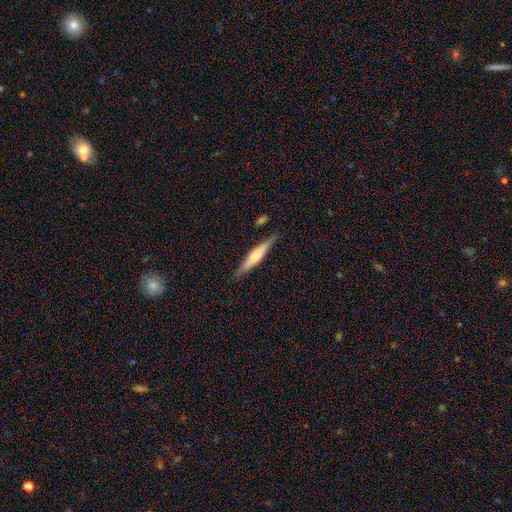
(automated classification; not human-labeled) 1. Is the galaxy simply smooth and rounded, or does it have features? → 51% smooth, 43% featured or disk, 6% star or artifact.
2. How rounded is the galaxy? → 86% cigar-shaped, 13% in between, 2% round.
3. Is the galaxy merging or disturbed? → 84% none, 11% minor disturbance, 2% major disturbance, 2% merger.